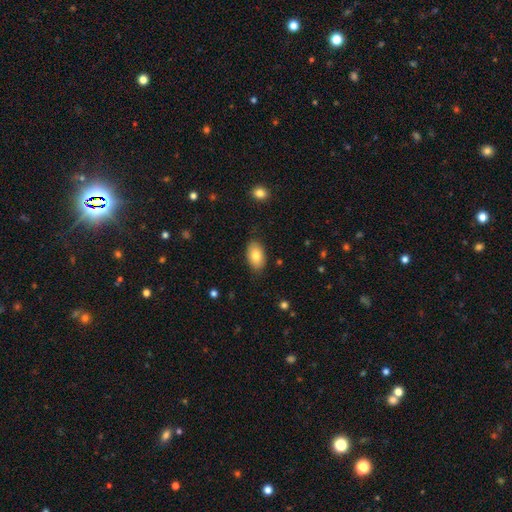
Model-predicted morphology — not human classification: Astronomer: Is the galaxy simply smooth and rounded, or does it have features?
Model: smooth — 80%.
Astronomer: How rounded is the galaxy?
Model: in between — 92%.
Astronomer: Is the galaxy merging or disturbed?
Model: none — 83%.